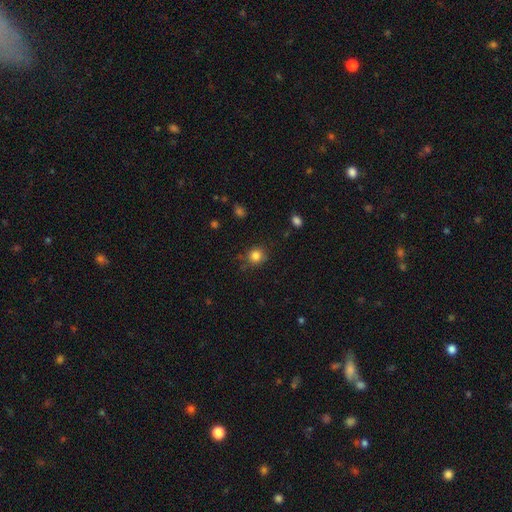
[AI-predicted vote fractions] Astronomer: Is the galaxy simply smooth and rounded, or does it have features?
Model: smooth — 83%.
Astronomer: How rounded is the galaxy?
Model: round — 87%.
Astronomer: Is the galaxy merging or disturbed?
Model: none — 81%.